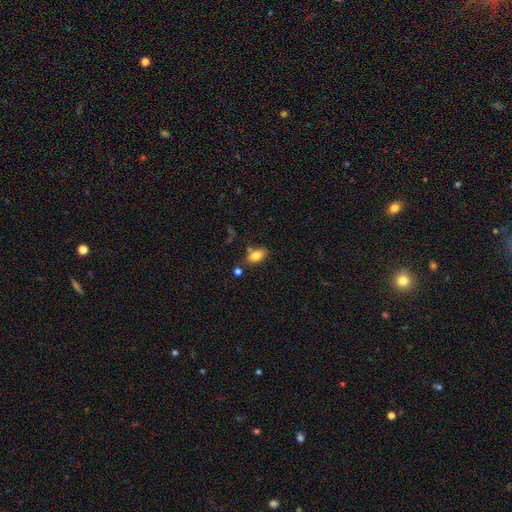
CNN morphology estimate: smooth 81%, featured or disk 11%, star or artifact 8%. Down the decision tree: how rounded — in between (89%); merging — none (74%).